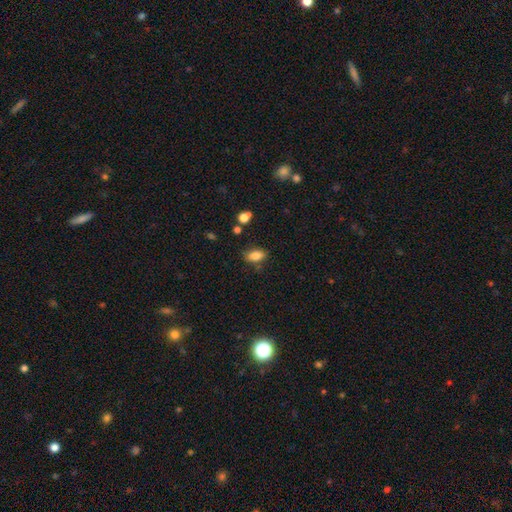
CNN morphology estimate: Smooth or featured? Predicted: smooth (p=0.83). How rounded? Predicted: in between (p=0.87). Merging? Predicted: none (p=0.74).